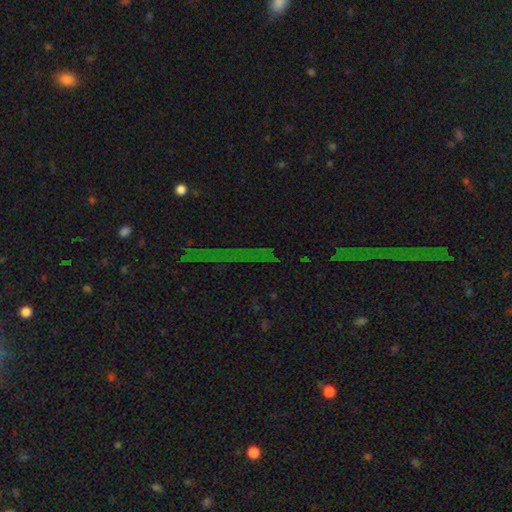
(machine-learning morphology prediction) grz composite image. It shows a star or artifact, not a galaxy (73%).